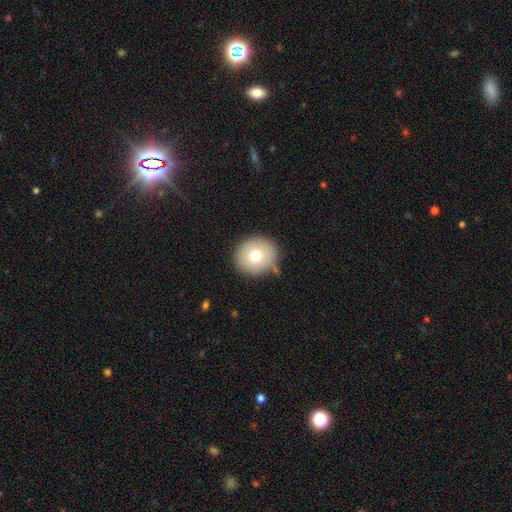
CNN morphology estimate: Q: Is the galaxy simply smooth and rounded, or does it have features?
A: smooth — 72%.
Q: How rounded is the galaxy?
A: round — 87%.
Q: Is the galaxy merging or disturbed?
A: none — 80%.